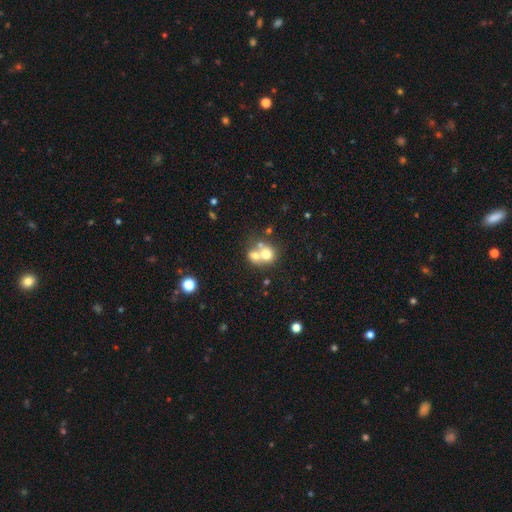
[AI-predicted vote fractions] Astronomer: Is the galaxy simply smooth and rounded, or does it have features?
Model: smooth — 65%.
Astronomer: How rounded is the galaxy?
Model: round — 72%.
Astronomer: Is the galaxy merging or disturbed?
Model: merger — 64%.